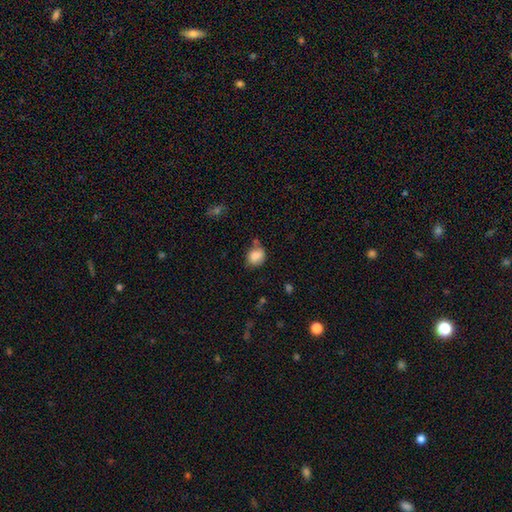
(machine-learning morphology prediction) Overall: smooth (84%). How rounded: round (51%; in between 48%). Merging: none (55%; minor disturbance 26%).